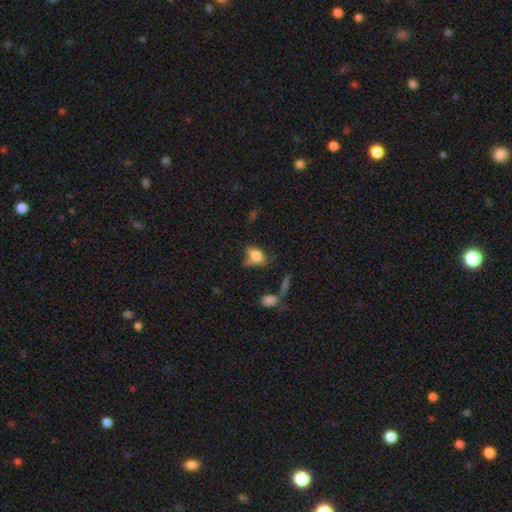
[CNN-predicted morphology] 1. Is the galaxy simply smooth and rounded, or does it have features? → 77% smooth, 13% featured or disk, 10% star or artifact.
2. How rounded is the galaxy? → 83% in between, 13% round, 4% cigar-shaped.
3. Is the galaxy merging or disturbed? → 45% none, 30% minor disturbance, 16% major disturbance, 9% merger.